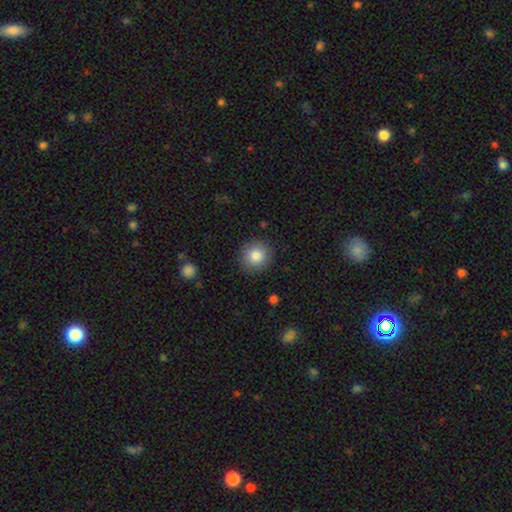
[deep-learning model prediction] Smooth or featured: smooth — 84% (star or artifact — 9%)
How rounded: round — 90% (in between — 9%)
Merging: none — 89% (minor disturbance — 7%)